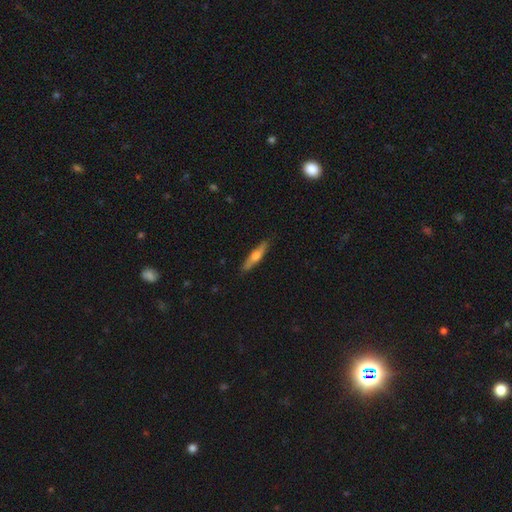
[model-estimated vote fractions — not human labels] Q: Smooth or featured?
A: featured or disk (51%); runner-up: smooth (44%)
Q: Edge-on disk?
A: yes (93%); runner-up: no (7%)
Q: Merging?
A: none (88%); runner-up: minor disturbance (9%)